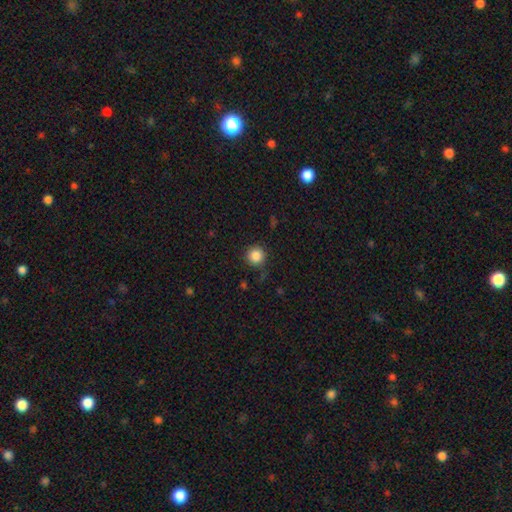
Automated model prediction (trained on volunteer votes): Smooth or featured?
  - smooth: 86% *
  - star or artifact: 10%
  - featured or disk: 4%
How rounded?
  - round: 95% *
  - in between: 4%
  - cigar-shaped: 1%
Merging?
  - none: 86% *
  - minor disturbance: 9%
  - major disturbance: 3%
  - merger: 2%